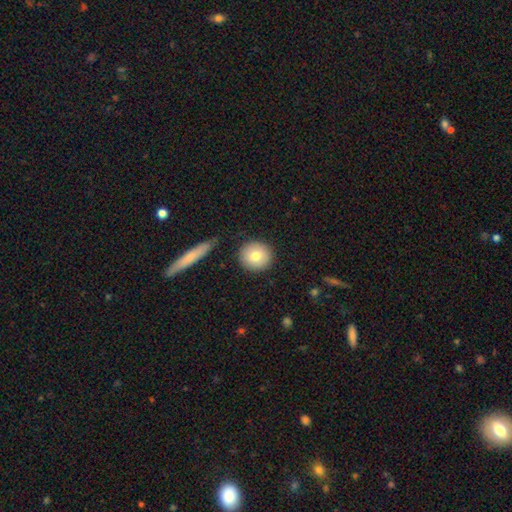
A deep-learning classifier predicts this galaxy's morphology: This appears to be a smooth galaxy with no disk features (77%) that is round (91%). Merging: none (86%).